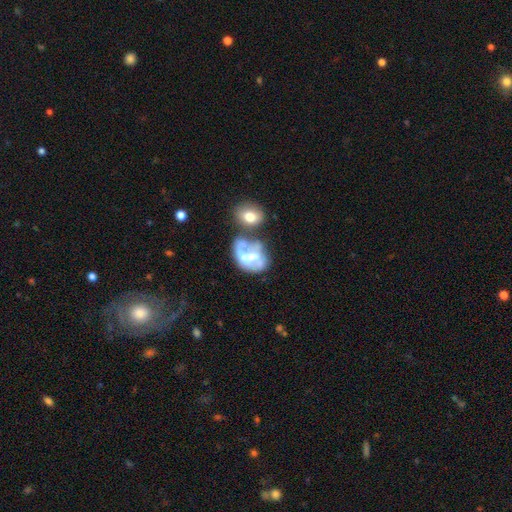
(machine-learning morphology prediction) Smooth or featured: featured or disk — 61% (smooth — 30%)
Edge-on disk: no — 97% (yes — 3%)
Bar: no — 69% (weak — 22%)
Spiral arms: no — 70% (yes — 30%)
Bulge size: moderate — 50% (small — 31%)
Merging: merger — 43% (major disturbance — 21%)